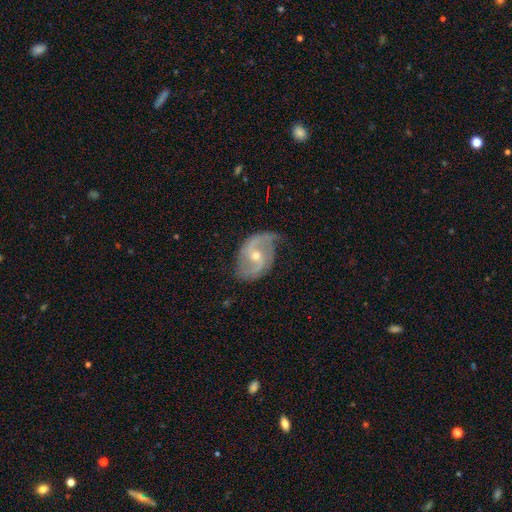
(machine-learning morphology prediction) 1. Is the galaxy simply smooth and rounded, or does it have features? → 86% featured or disk, 9% smooth, 6% star or artifact.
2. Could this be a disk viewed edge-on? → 97% no, 3% yes.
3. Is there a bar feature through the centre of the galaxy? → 44% weak, 38% no, 17% strong.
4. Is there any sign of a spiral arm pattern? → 94% yes, 6% no.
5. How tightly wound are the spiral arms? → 45% medium, 36% loose, 19% tight.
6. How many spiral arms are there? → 85% 2, 6% can't tell, 4% 1, 2% 3, 1% 4, 1% more than 4.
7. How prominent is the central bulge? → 53% moderate, 44% small, 1% large, 1% none, 1% dominant.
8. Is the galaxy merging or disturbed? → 65% none, 25% minor disturbance, 9% major disturbance, 1% merger.